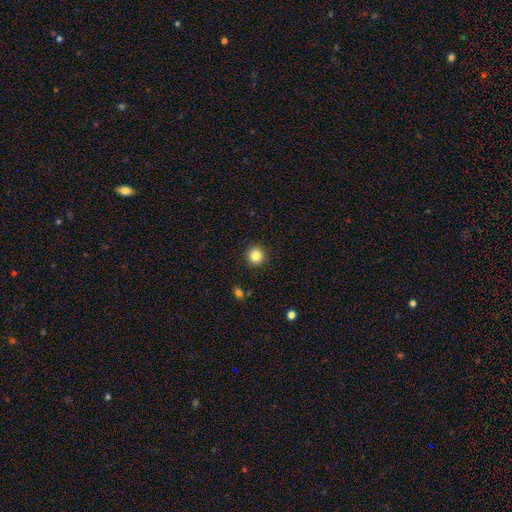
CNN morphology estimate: The model was most divided on "smooth or featured": smooth: 84%, star or artifact: 11%, featured or disk: 5%. More confident: how rounded — round (94%); merging — none (93%).